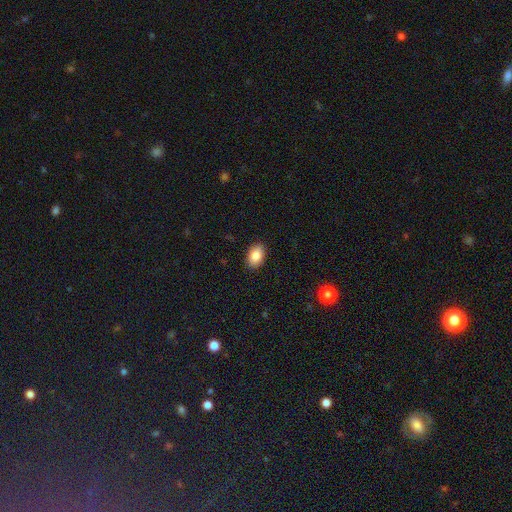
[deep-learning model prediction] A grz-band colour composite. It shows a smooth galaxy with no disk features (86%) that is in between round and cigar-shaped (87%). Merging: none (90%).